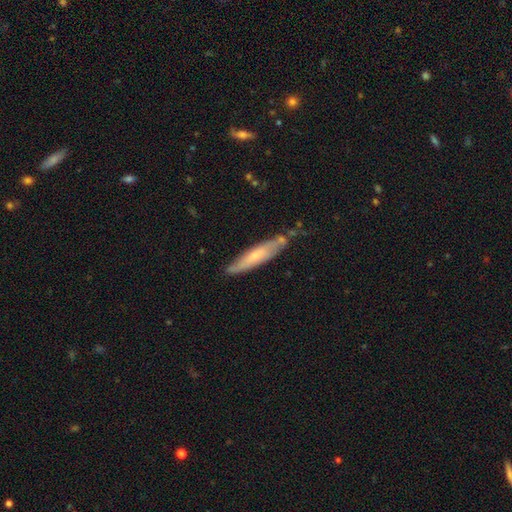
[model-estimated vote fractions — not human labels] The model was most divided on "smooth or featured": smooth: 52%, featured or disk: 42%, star or artifact: 6%. More confident: how rounded — cigar-shaped (85%); merging — none (67%).